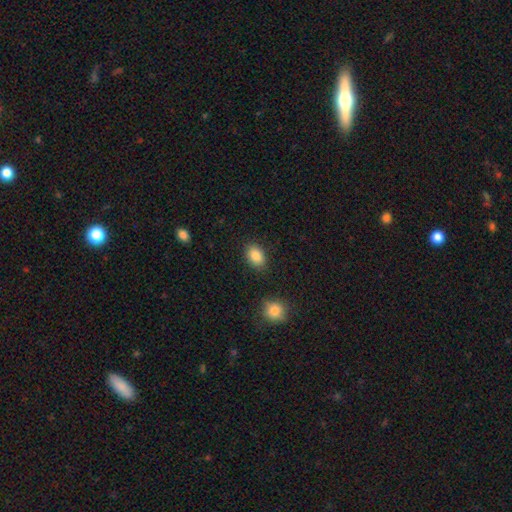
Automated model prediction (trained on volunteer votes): The model was most divided on "how rounded": in between: 82%, round: 17%, cigar-shaped: 1%. More confident: smooth or featured — smooth (86%); merging — none (85%).